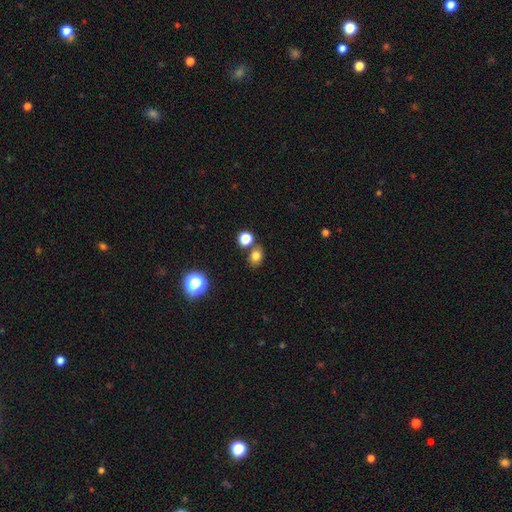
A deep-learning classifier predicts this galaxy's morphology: Overall: smooth (78%). How rounded: round (52%; in between 47%). Merging: none (69%).